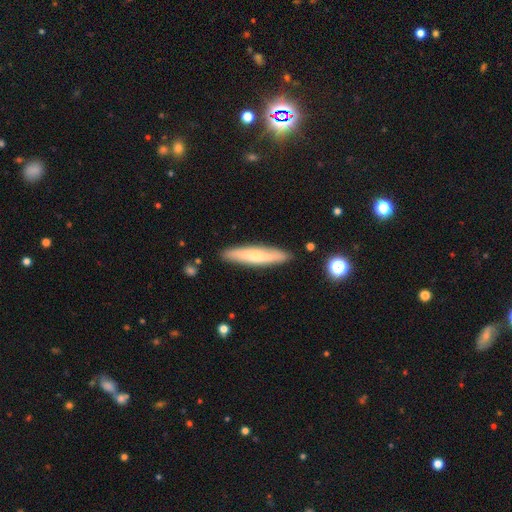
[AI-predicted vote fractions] The model was most divided on "smooth or featured": smooth: 59%, featured or disk: 35%, star or artifact: 6%. More confident: merging — none (87%); how rounded — cigar-shaped (85%).